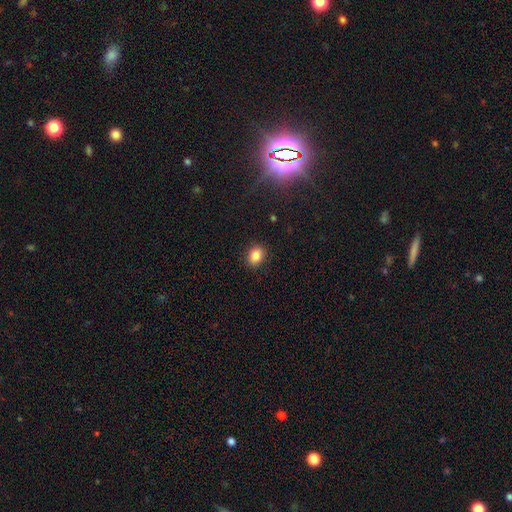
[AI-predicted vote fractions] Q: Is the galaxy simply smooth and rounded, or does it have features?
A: smooth — 85%.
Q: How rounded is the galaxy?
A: in between — 53%.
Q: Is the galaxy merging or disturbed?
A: none — 89%.